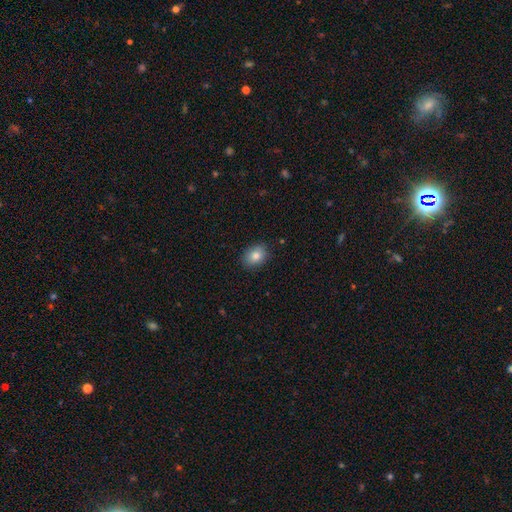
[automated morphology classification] A smooth galaxy with no disk features (83%) that is in between round and cigar-shaped (66%).

Vote fractions:
- Smooth or featured? smooth: 83% / star or artifact: 9% / featured or disk: 8%
- How rounded? in between: 66% / round: 32% / cigar-shaped: 1%
- Merging? none: 87% / minor disturbance: 10% / major disturbance: 2% / merger: 1%